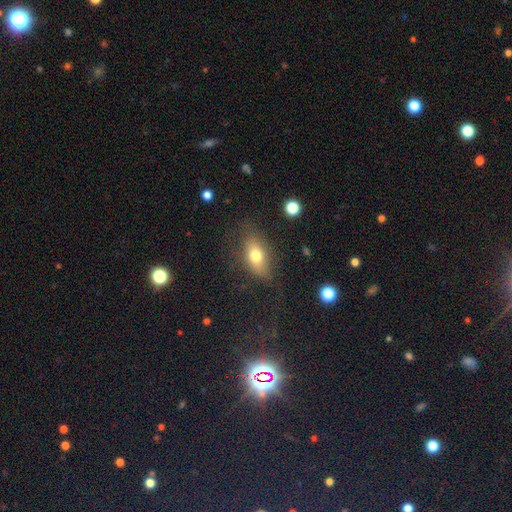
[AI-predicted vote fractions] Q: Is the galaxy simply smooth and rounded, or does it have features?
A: smooth — 69%.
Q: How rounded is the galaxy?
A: in between — 83%.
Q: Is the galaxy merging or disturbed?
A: none — 68%.